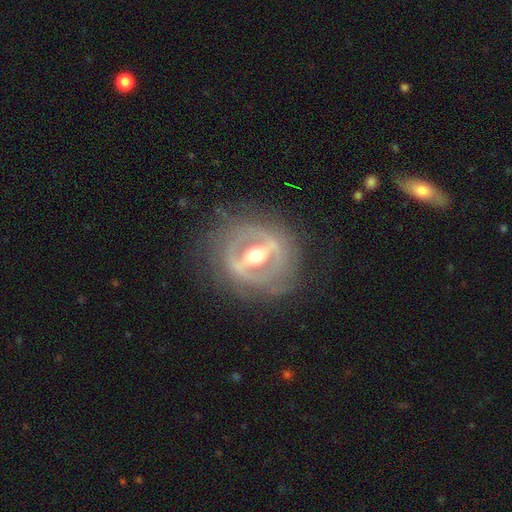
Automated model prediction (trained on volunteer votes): Overall: featured or disk (83%). Edge-on disk: no (85%). Bar: strong (75%). Spiral arms: no (61%; yes 39%). Bulge size: moderate (74%). Merging: none (77%).